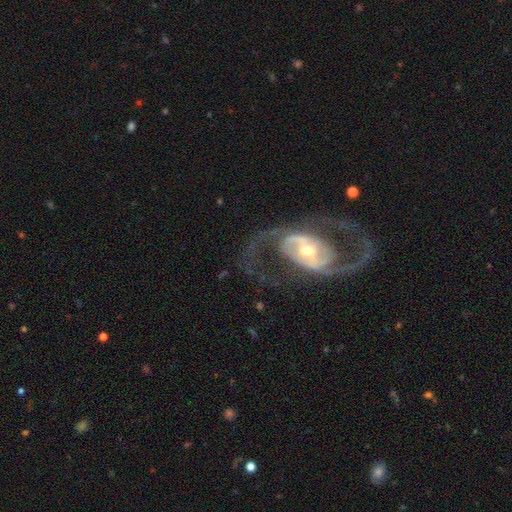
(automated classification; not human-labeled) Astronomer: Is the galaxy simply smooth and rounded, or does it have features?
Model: featured or disk — 91%.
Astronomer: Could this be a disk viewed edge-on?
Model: no — 97%.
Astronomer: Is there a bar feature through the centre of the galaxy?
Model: no — 38% (runner-up: weak, 32%).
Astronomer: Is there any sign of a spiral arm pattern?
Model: yes — 95%.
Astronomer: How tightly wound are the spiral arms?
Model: medium — 55%.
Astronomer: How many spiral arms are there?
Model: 2 — 93%.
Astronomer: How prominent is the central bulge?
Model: moderate — 49% (runner-up: small, 41%).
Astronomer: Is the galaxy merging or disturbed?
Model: none — 75%.